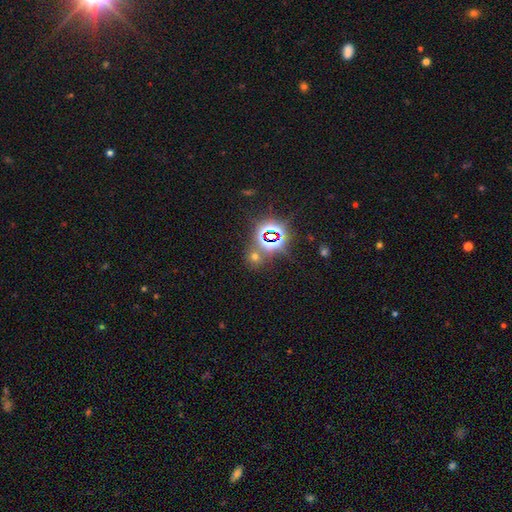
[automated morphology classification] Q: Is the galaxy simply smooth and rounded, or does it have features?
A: star or artifact — 72%.